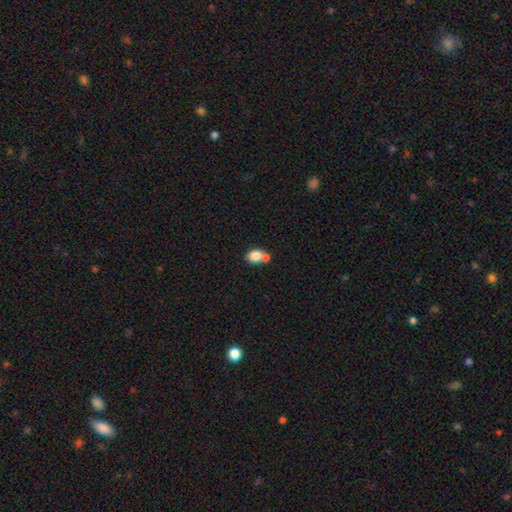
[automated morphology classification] The model was most divided on "how rounded": round: 51%, in between: 48%, cigar-shaped: 1%. Remaining: smooth or featured — smooth (82%); merging — merger (48%).